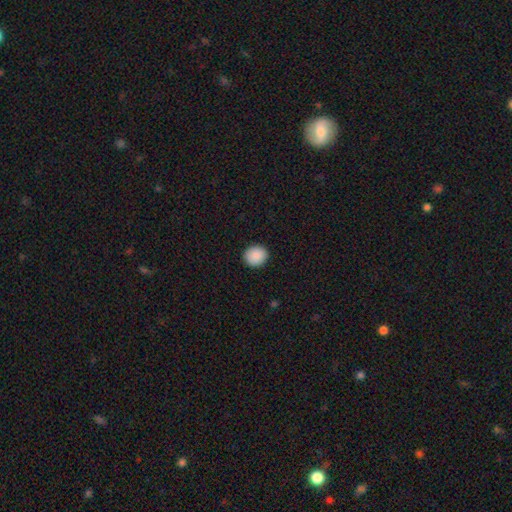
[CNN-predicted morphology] A smooth galaxy with no disk features (90%) that is round (82%). Merging: none (92%).